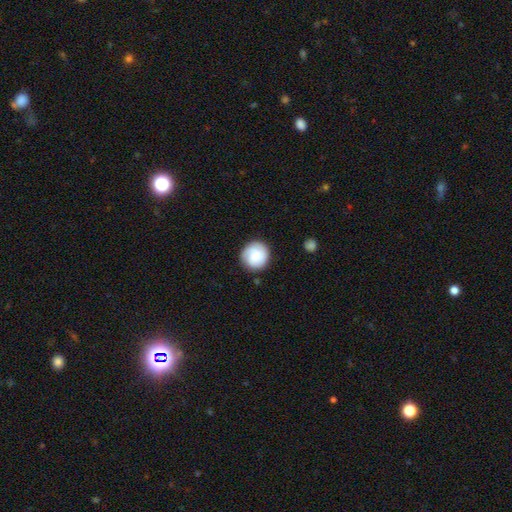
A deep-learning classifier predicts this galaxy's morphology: This appears to be a smooth galaxy with no disk features (71%) that is round (92%). Merging: none (84%).